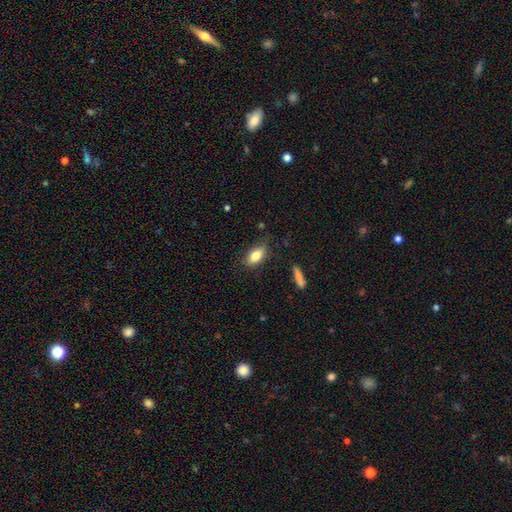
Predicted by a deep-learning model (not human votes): The model was most divided on "merging": none: 73%, minor disturbance: 20%, major disturbance: 5%, merger: 2%. More confident: how rounded — in between (86%); smooth or featured — smooth (80%).